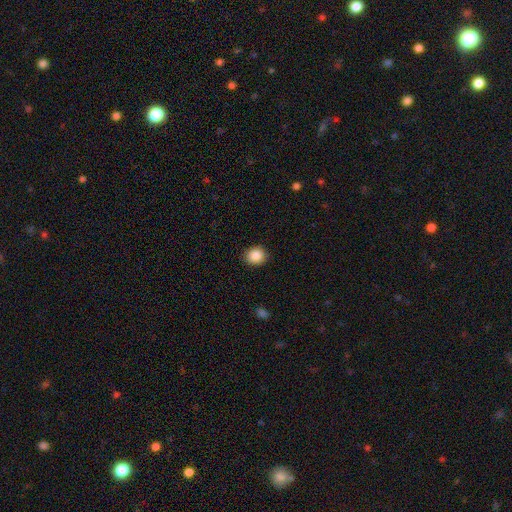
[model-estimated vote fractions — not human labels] smooth-or-featured: smooth: 88% | star or artifact: 9% | featured or disk: 3%
  how-rounded: round: 74% | in between: 26% | cigar-shaped: 1%
  merging: none: 88% | minor disturbance: 8% | major disturbance: 2% | merger: 1%